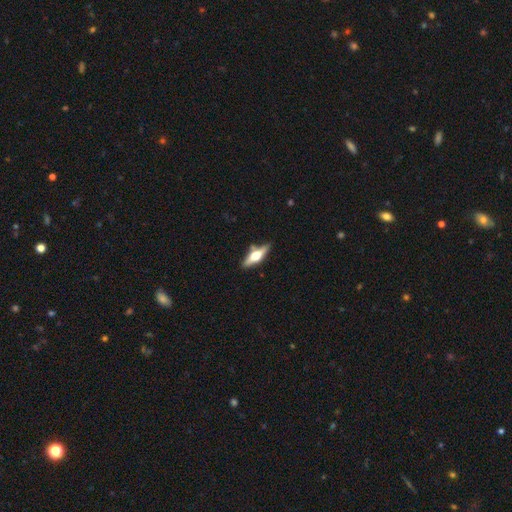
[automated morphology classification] This appears to be a featured or disk galaxy (62%) viewed edge-on (93%) with a rounded central bulge (94%). Merging: none (77%).